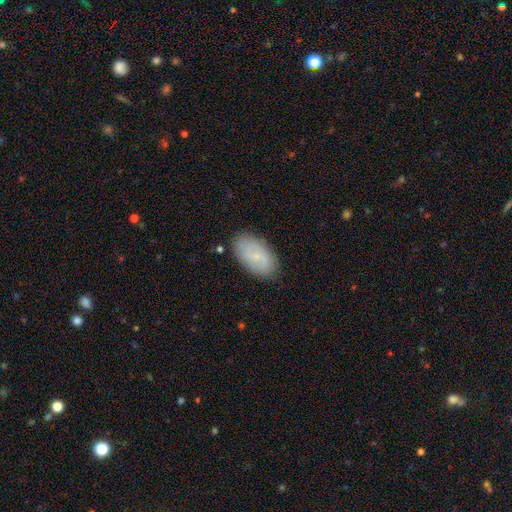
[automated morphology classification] The model was most divided on "smooth or featured": smooth: 55%, featured or disk: 38%, star or artifact: 7%. More confident: how rounded — in between (93%); merging — none (83%).